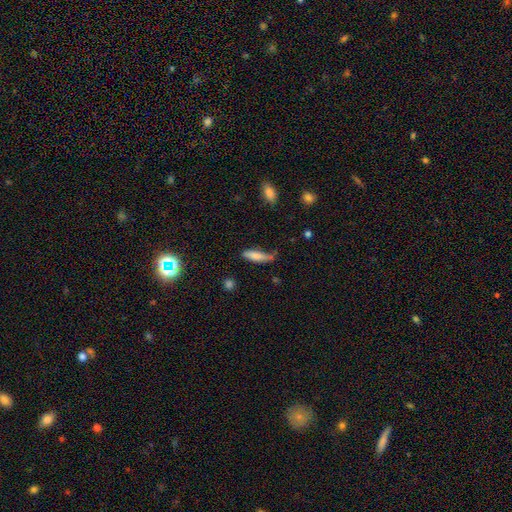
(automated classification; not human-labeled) Overall: smooth (78%). How rounded: cigar-shaped (64%; in between 34%). Merging: none (52%; minor disturbance 32%).